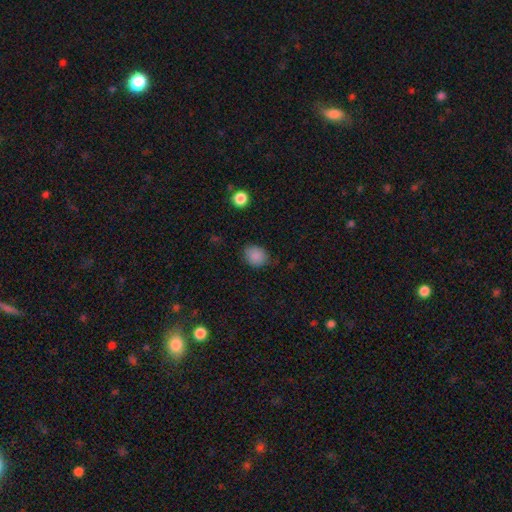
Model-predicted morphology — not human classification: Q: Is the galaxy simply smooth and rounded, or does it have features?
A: smooth — 86%.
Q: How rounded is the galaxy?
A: round — 63%.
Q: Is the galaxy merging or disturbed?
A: none — 76%.